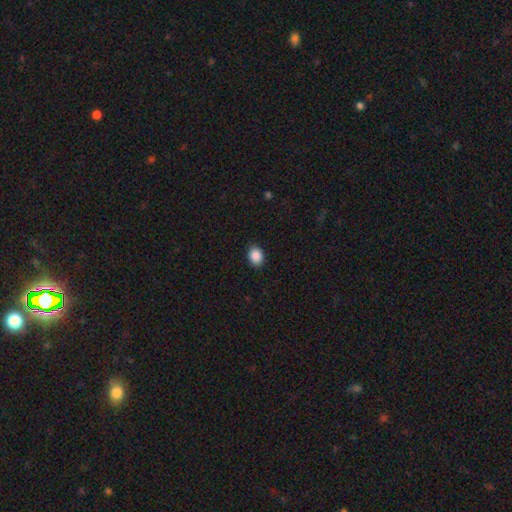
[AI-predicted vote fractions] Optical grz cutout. It shows a smooth galaxy with no disk features (89%) that is in between round and cigar-shaped (57%). Merging: none (89%).